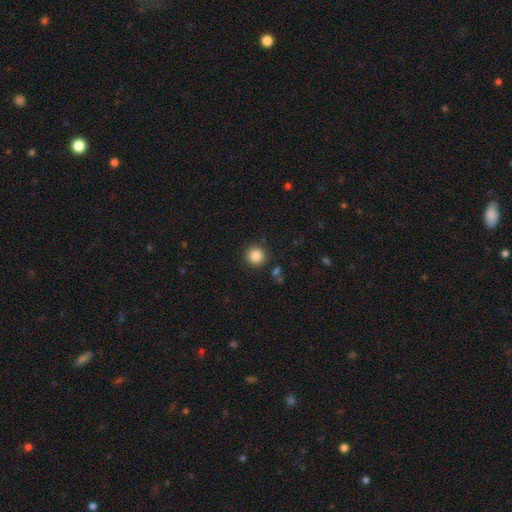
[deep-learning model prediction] Smooth or featured? smooth (86%)
How rounded? round (94%)
Merging? none (89%)